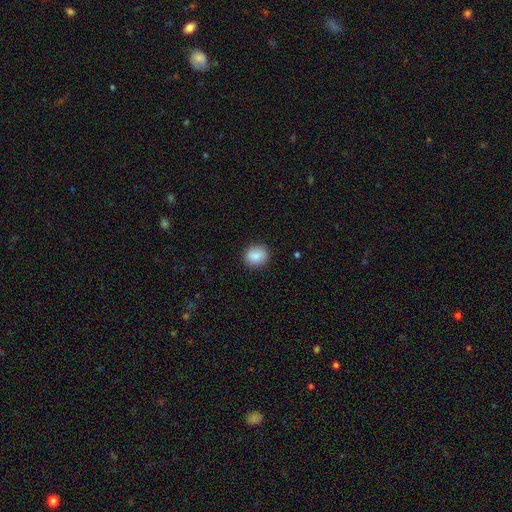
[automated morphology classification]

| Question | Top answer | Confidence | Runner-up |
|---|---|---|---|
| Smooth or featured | smooth | 87% | star or artifact (8%) |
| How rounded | round | 74% | in between (25%) |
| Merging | none | 88% | minor disturbance (8%) |